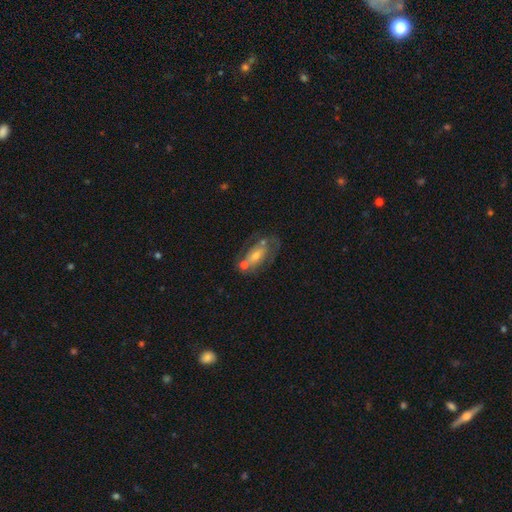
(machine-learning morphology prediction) type=featured or disk (57%); edge-on=no (88%); merging=none (47%).